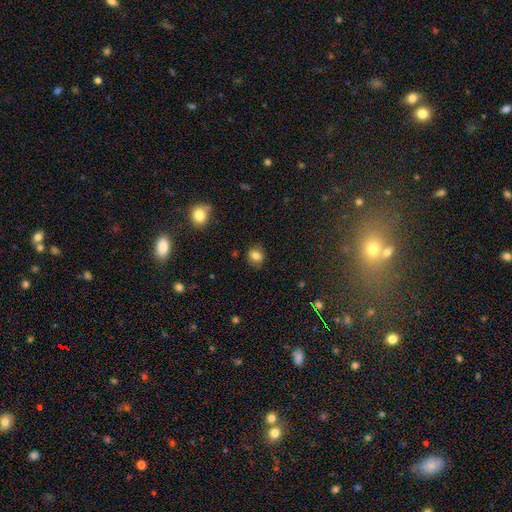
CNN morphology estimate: This is clearly a smooth galaxy (80%). How rounded: likely round (67%). Merging: clearly none (82%).